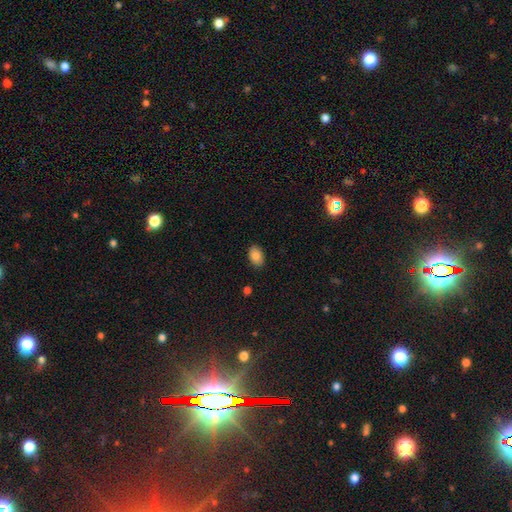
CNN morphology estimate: Smooth or featured? Predicted: smooth (p=0.85). How rounded? Predicted: in between (p=0.87). Merging? Predicted: none (p=0.87).